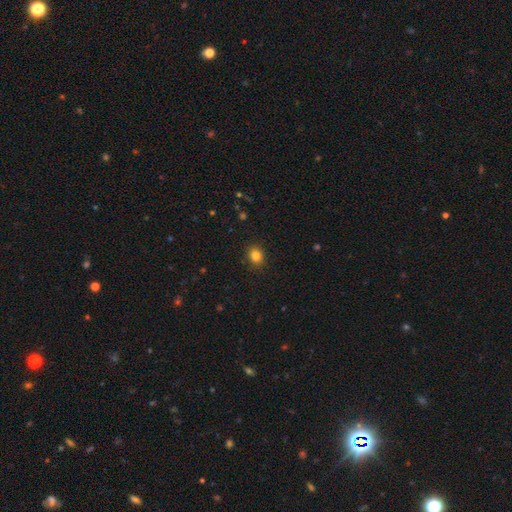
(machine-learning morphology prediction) Q: Smooth or featured?
A: smooth (83%); runner-up: star or artifact (12%)
Q: How rounded?
A: round (64%); runner-up: in between (36%)
Q: Merging?
A: none (90%); runner-up: minor disturbance (7%)